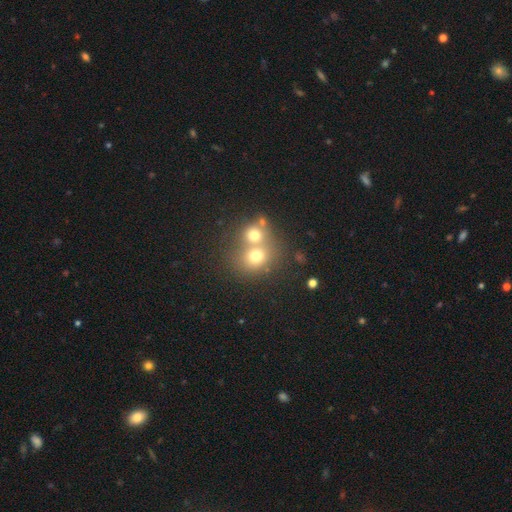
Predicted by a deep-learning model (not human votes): A smooth galaxy with no disk features (69%) that is round (75%).

Vote fractions:
- Smooth or featured? smooth: 69% / featured or disk: 17% / star or artifact: 14%
- How rounded? round: 75% / in between: 24% / cigar-shaped: 1%
- Merging? merger: 58% / none: 33% / minor disturbance: 6% / major disturbance: 3%